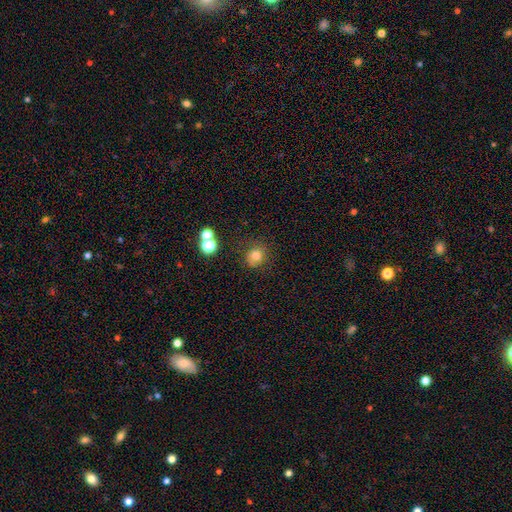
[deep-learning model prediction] Smooth or featured: smooth — 76% (star or artifact — 14%)
How rounded: round — 79% (in between — 20%)
Merging: none — 71% (minor disturbance — 18%)